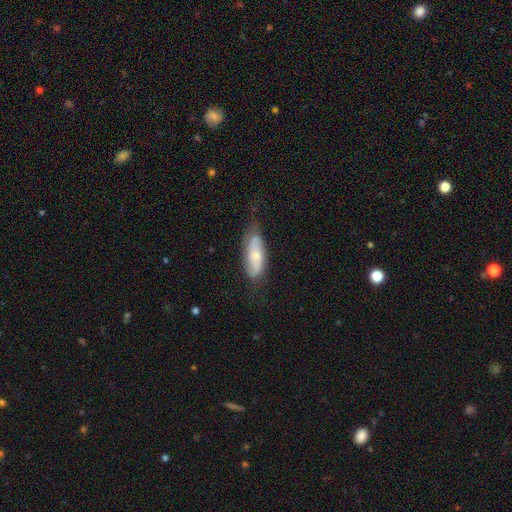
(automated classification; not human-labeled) This is possibly a featured or disk galaxy (50%). It is clearly not viewed edge-on (85%). Merging: likely none (63%).